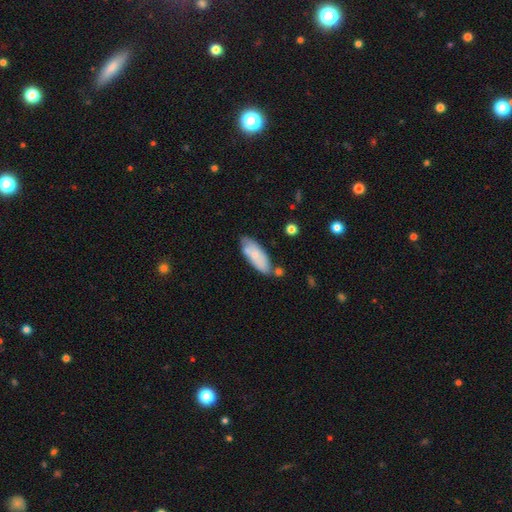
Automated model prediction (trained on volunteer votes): Q: Smooth or featured?
A: smooth (71%); runner-up: featured or disk (23%)
Q: How rounded?
A: in between (73%); runner-up: cigar-shaped (25%)
Q: Merging?
A: none (63%); runner-up: minor disturbance (22%)